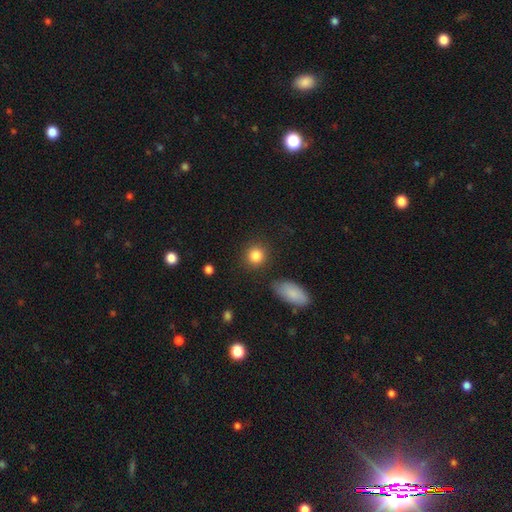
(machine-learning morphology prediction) smooth 85%, star or artifact 9%, featured or disk 6%. Down the decision tree: how rounded — round (87%); merging — none (86%).